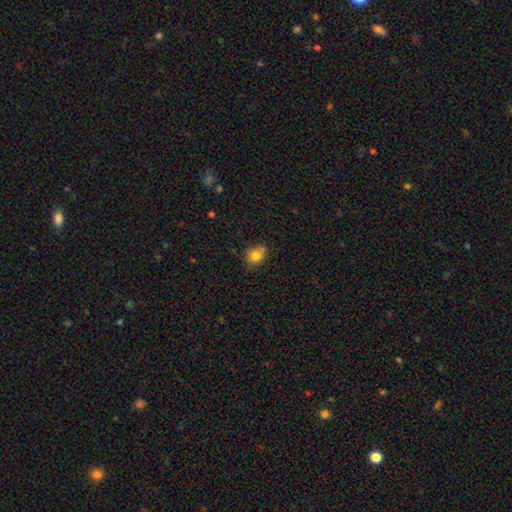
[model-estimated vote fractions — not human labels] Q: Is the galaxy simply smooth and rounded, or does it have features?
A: smooth — 80%.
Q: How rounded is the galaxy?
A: round — 70%.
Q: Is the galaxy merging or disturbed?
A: none — 61%.